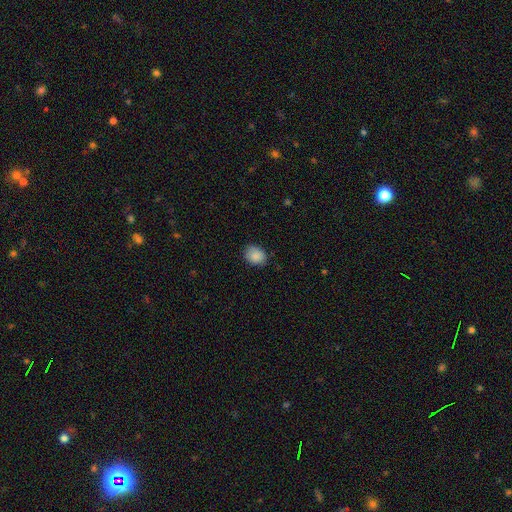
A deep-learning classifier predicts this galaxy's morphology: Smooth or featured: smooth — 88% (star or artifact — 8%)
How rounded: in between — 53% (round — 46%)
Merging: none — 80% (minor disturbance — 16%)